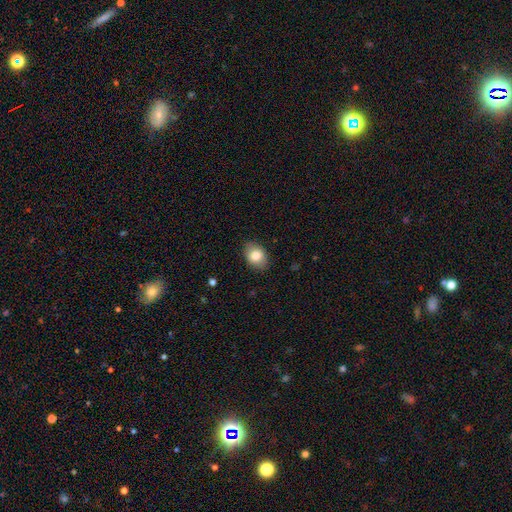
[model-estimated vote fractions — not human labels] A smooth galaxy with no disk features (82%) that is in between round and cigar-shaped (72%). Merging: none (87%).